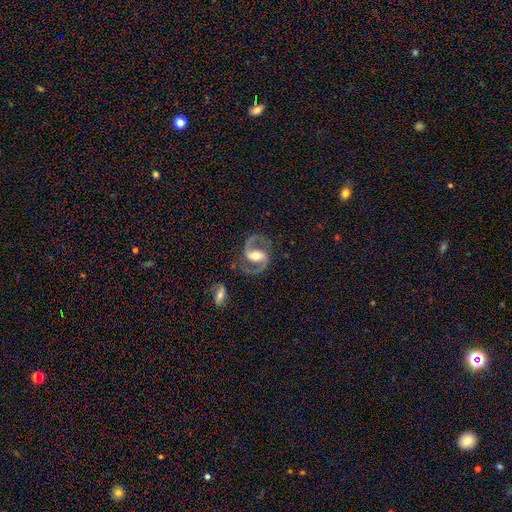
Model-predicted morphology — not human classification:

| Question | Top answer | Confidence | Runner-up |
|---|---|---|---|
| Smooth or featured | featured or disk | 92% | star or artifact (4%) |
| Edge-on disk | no | 98% | yes (2%) |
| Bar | strong | 45% | weak (37%) |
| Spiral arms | yes | 98% | no (2%) |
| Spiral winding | medium | 67% | loose (19%) |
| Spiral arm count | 2 | 94% | 1 (2%) |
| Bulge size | moderate | 69% | small (19%) |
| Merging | none | 80% | minor disturbance (12%) |